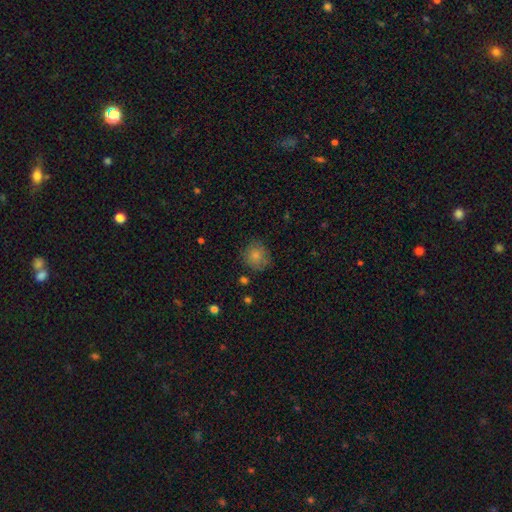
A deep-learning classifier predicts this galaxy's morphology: A smooth galaxy with no disk features (81%) that is round (86%).

Vote fractions:
- Smooth or featured? smooth: 81% / featured or disk: 10% / star or artifact: 9%
- How rounded? round: 86% / in between: 13% / cigar-shaped: 1%
- Merging? none: 76% / minor disturbance: 17% / major disturbance: 5% / merger: 2%